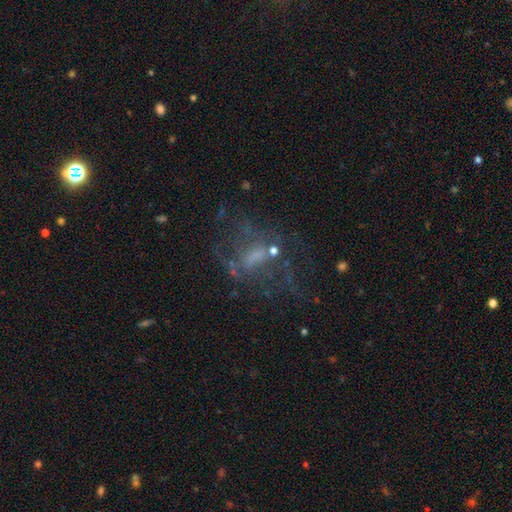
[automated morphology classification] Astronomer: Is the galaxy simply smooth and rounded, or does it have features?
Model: featured or disk — 57%.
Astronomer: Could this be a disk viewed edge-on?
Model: no — 95%.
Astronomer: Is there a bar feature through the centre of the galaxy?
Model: no — 56% (runner-up: weak, 33%).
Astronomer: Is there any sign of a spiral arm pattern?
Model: no — 63%.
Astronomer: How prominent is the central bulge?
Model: none — 38% (runner-up: small, 28%).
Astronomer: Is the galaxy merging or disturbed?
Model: none — 44% (runner-up: major disturbance, 34%).